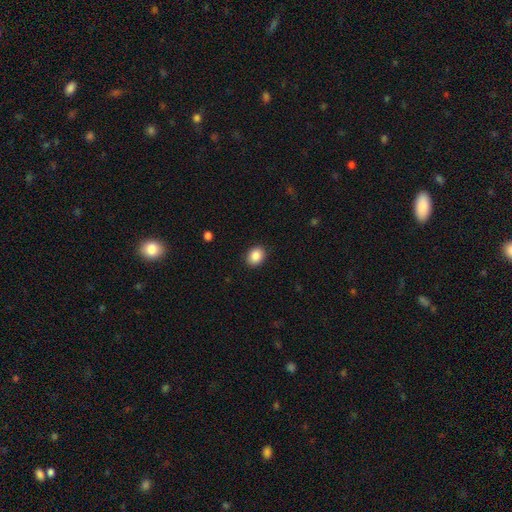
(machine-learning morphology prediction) Smooth or featured? Predicted: smooth (p=0.88). How rounded? Predicted: in between (p=0.51). Merging? Predicted: none (p=0.90).